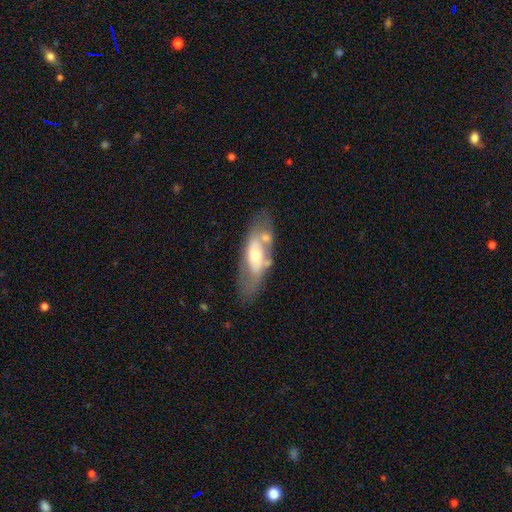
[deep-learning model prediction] A featured or disk galaxy (58%). Merging: none (61%).